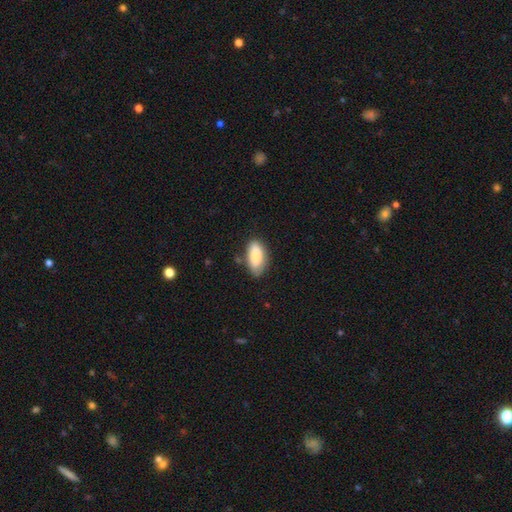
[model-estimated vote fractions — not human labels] This is clearly a smooth galaxy (81%). How rounded: clearly in between (90%). Merging: likely none (73%).